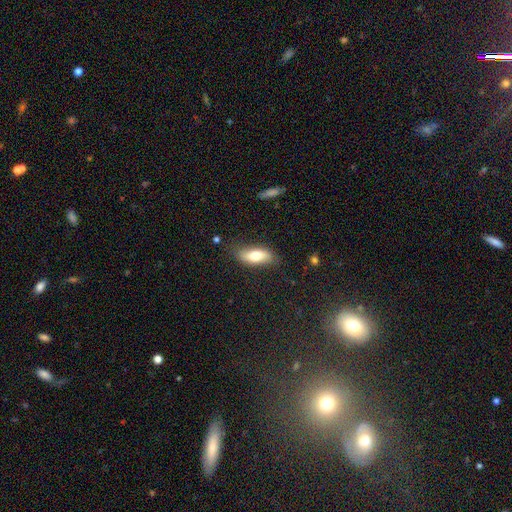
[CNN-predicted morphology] Q: Smooth or featured?
A: smooth (71%); runner-up: featured or disk (22%)
Q: How rounded?
A: in between (78%); runner-up: cigar-shaped (19%)
Q: Merging?
A: none (77%); runner-up: minor disturbance (17%)